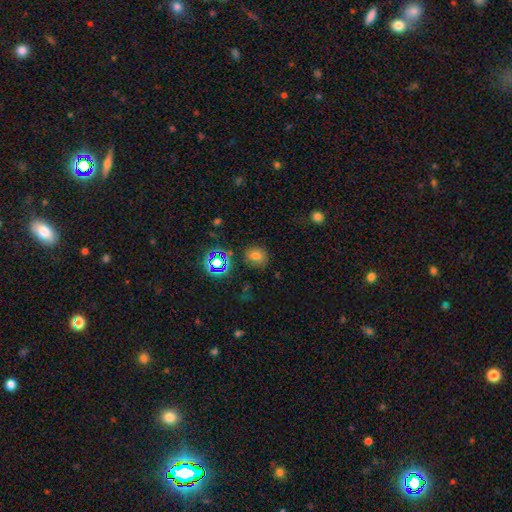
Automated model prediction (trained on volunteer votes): The model was most divided on "how rounded": round: 69%, in between: 29%, cigar-shaped: 1%. More confident: merging — none (81%); smooth or featured — smooth (69%).